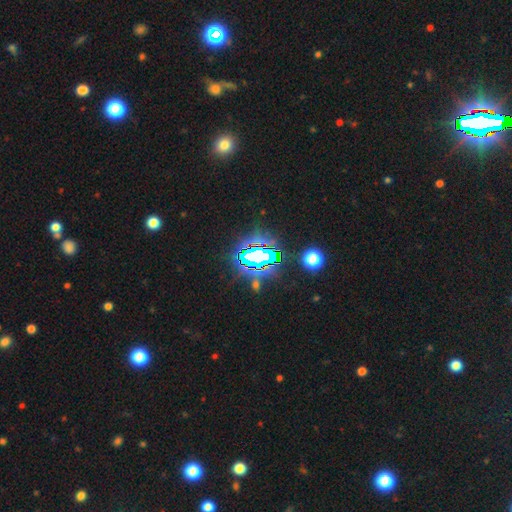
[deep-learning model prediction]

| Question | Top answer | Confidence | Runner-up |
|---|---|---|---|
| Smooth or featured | star or artifact | 74% | smooth (14%) |